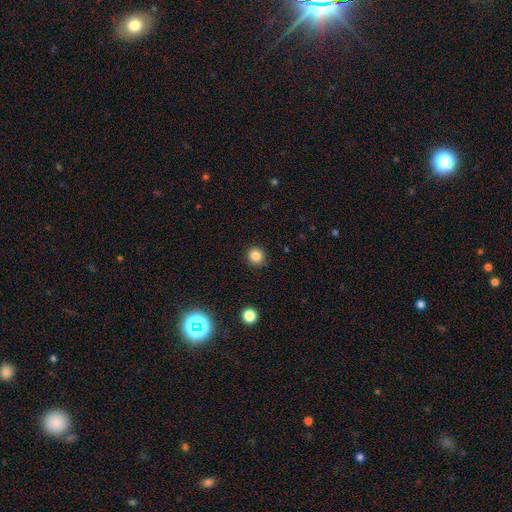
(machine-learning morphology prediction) Q: Smooth or featured?
A: smooth (84%); runner-up: star or artifact (12%)
Q: How rounded?
A: round (91%); runner-up: in between (8%)
Q: Merging?
A: none (91%); runner-up: minor disturbance (6%)